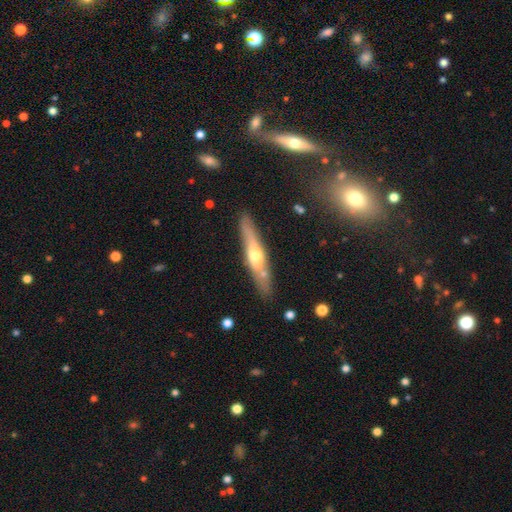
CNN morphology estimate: Smooth or featured?
  - featured or disk: 56% *
  - smooth: 38%
  - star or artifact: 6%
Edge-on disk?
  - yes: 84% *
  - no: 16%
Merging?
  - none: 79% *
  - minor disturbance: 13%
  - merger: 5%
  - major disturbance: 3%